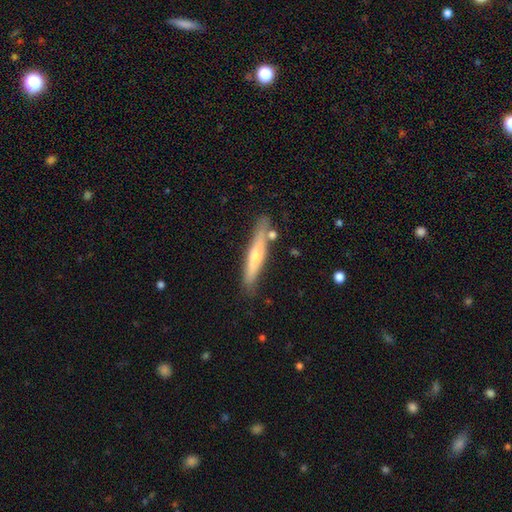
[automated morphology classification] featured or disk 48%, smooth 46%, star or artifact 6%. Down the decision tree: merging — none (78%).